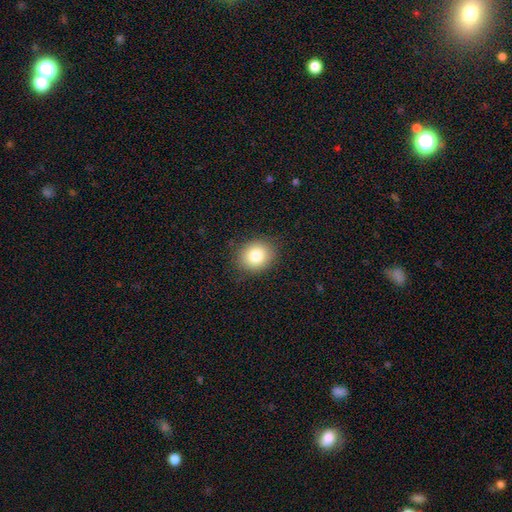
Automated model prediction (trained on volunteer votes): smooth-or-featured: smooth: 81% | star or artifact: 10% | featured or disk: 9%
  how-rounded: round: 66% | in between: 33% | cigar-shaped: 1%
  merging: none: 87% | minor disturbance: 9% | major disturbance: 3% | merger: 1%